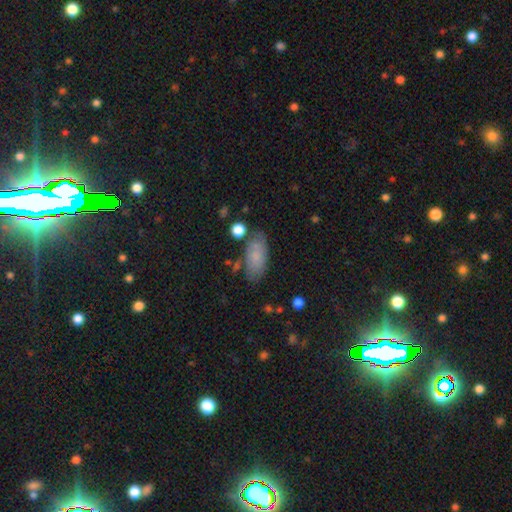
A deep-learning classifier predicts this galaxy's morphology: A smooth galaxy with no disk features (75%) that is in between round and cigar-shaped (88%). Merging: none (70%).